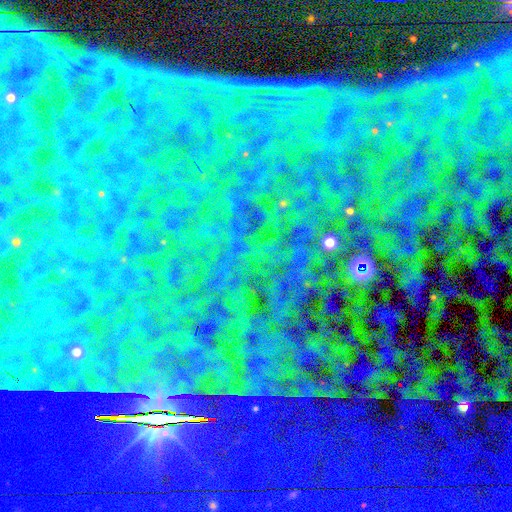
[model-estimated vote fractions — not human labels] The model was most divided on "smooth or featured": star or artifact: 83%, smooth: 9%, featured or disk: 8%.